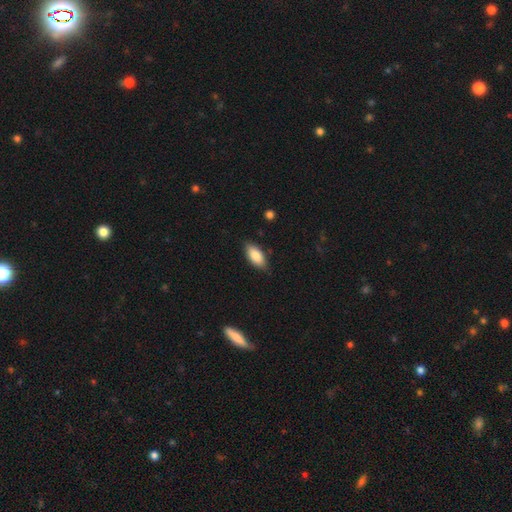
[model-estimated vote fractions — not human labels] A smooth galaxy with no disk features (85%) that is in between round and cigar-shaped (87%).

Vote fractions:
- Smooth or featured? smooth: 85% / featured or disk: 9% / star or artifact: 6%
- How rounded? in between: 87% / cigar-shaped: 11% / round: 2%
- Merging? none: 82% / minor disturbance: 15% / major disturbance: 3% / merger: 1%